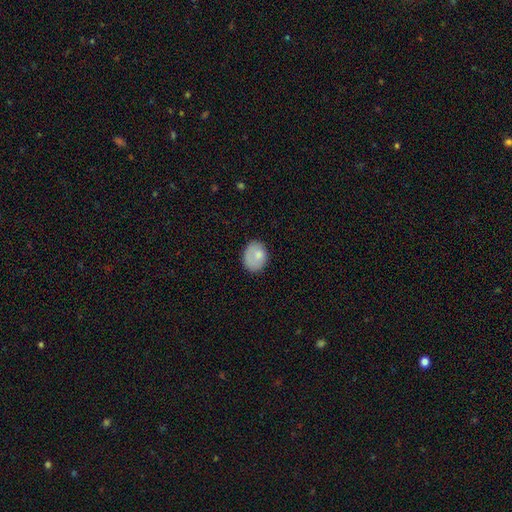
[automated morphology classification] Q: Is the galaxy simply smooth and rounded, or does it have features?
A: smooth — 76%.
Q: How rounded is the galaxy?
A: in between — 59%.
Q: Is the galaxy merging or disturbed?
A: none — 64%.